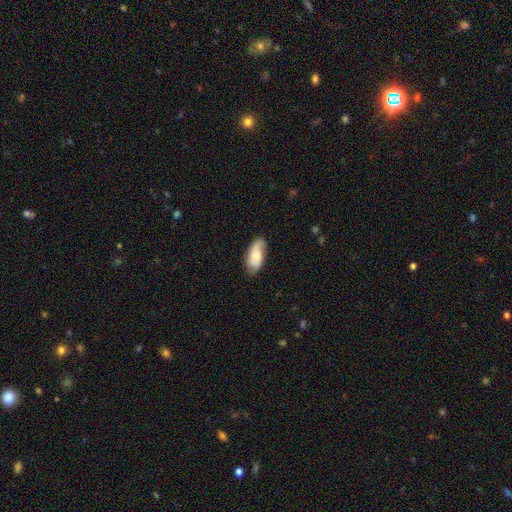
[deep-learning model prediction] Smooth or featured?
  - smooth: 65% *
  - featured or disk: 28%
  - star or artifact: 7%
How rounded?
  - in between: 90% *
  - cigar-shaped: 7%
  - round: 2%
Merging?
  - none: 69% *
  - minor disturbance: 23%
  - major disturbance: 6%
  - merger: 1%